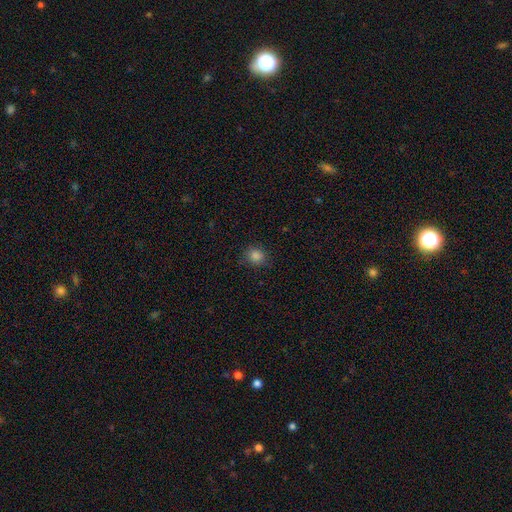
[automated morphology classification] This appears to be a smooth galaxy with no disk features (84%) that is round (82%). Merging: none (85%).